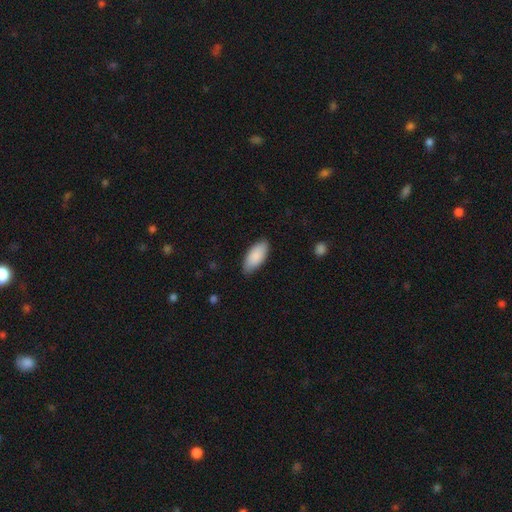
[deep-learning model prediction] Smooth or featured? smooth (88%)
How rounded? in between (88%)
Merging? none (82%)